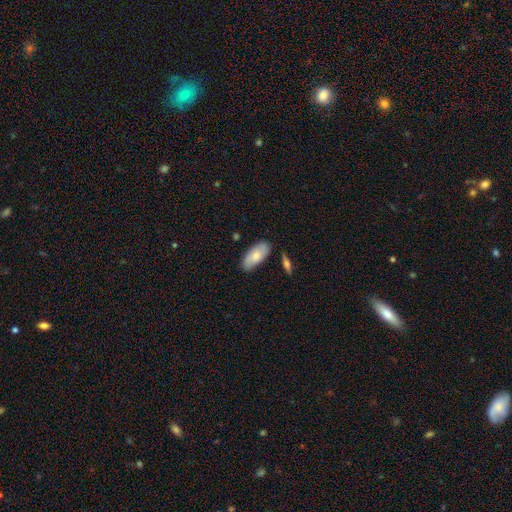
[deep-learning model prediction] A smooth galaxy with no disk features (73%) that is in between round and cigar-shaped (90%).

Vote fractions:
- Smooth or featured? smooth: 73% / featured or disk: 21% / star or artifact: 6%
- How rounded? in between: 90% / cigar-shaped: 8% / round: 2%
- Merging? none: 78% / minor disturbance: 16% / merger: 4% / major disturbance: 3%